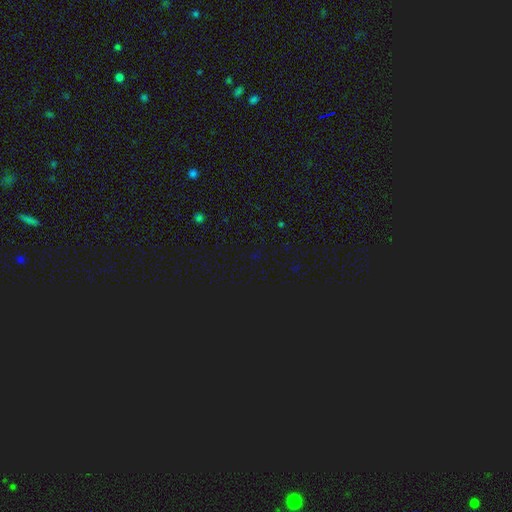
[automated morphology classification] The model was most divided on "smooth or featured": star or artifact: 75%, smooth: 19%, featured or disk: 6%.